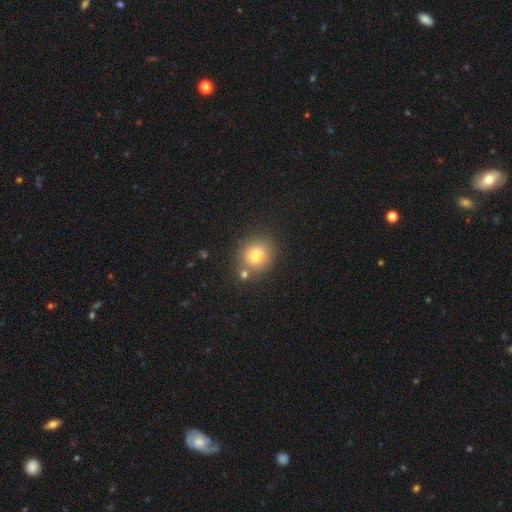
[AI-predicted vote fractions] smooth-or-featured: smooth: 77% | star or artifact: 12% | featured or disk: 11%
  how-rounded: round: 78% | in between: 21% | cigar-shaped: 1%
  merging: none: 72% | merger: 14% | minor disturbance: 11% | major disturbance: 3%